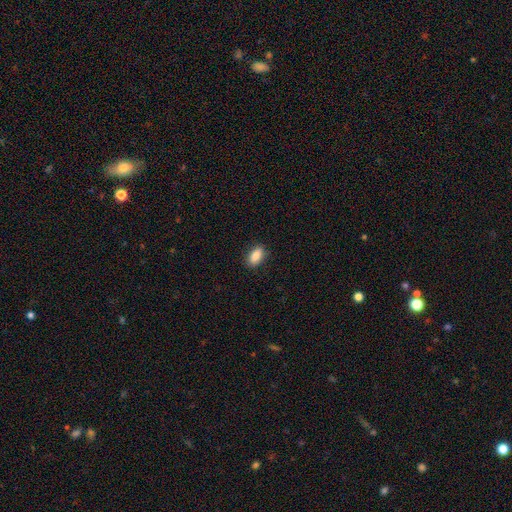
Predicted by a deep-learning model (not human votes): smooth 88%, star or artifact 7%, featured or disk 5%. Down the decision tree: how rounded — in between (90%); merging — none (88%).